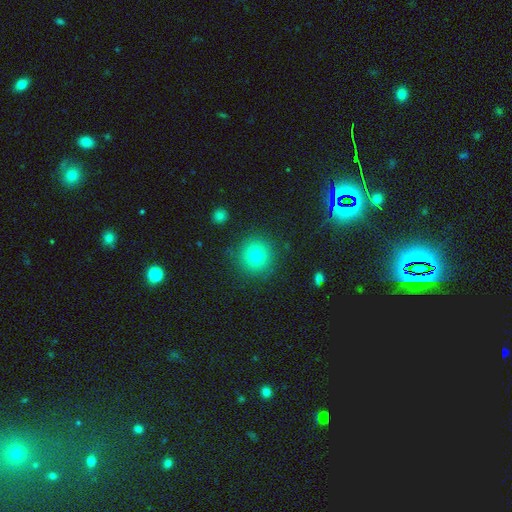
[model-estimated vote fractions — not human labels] Smooth or featured: smooth — 77% (star or artifact — 14%)
How rounded: round — 94% (in between — 5%)
Merging: none — 87% (minor disturbance — 8%)